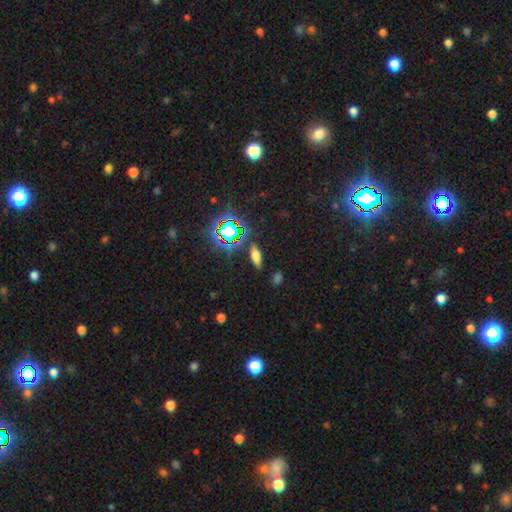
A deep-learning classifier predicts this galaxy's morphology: Smooth or featured? Predicted: smooth (p=0.56). How rounded? Predicted: in between (p=0.57). Merging? Predicted: none (p=0.84).